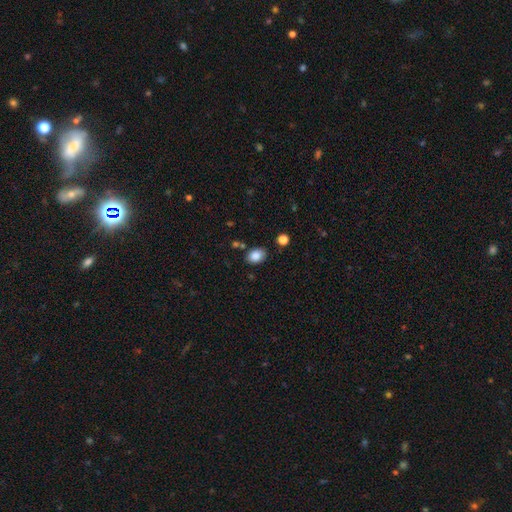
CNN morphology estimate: Smooth or featured? Predicted: smooth (p=0.86). How rounded? Predicted: in between (p=0.73). Merging? Predicted: none (p=0.80).